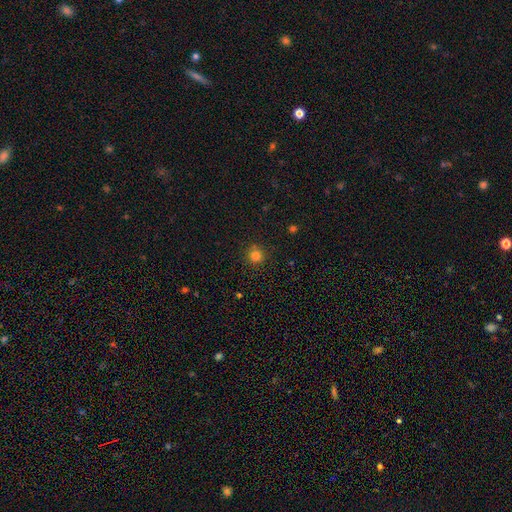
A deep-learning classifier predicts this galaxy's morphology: Q: Smooth or featured?
A: smooth (81%); runner-up: star or artifact (14%)
Q: How rounded?
A: round (94%); runner-up: in between (5%)
Q: Merging?
A: none (87%); runner-up: minor disturbance (7%)